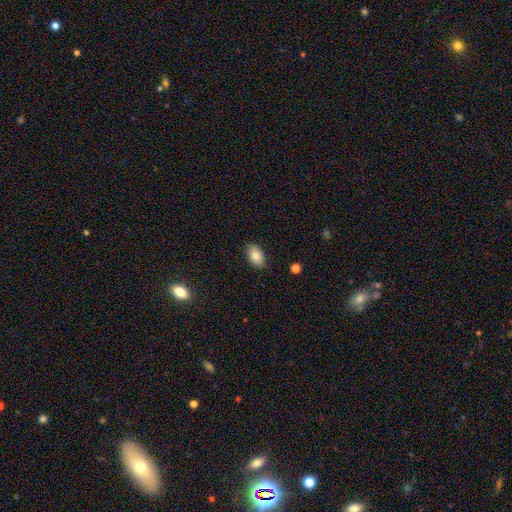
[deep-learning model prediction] Q: Smooth or featured?
A: smooth (83%); runner-up: featured or disk (9%)
Q: How rounded?
A: in between (92%); runner-up: round (7%)
Q: Merging?
A: none (87%); runner-up: minor disturbance (10%)